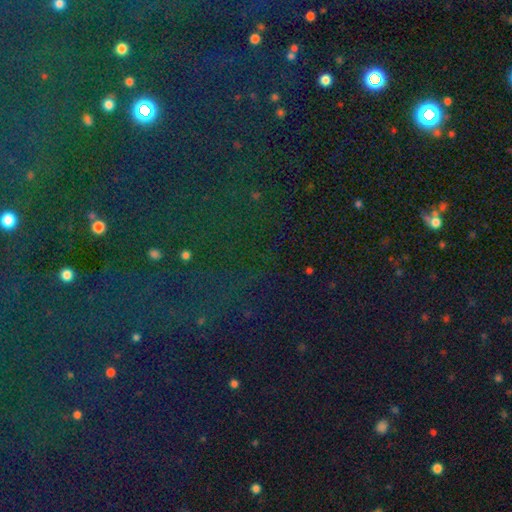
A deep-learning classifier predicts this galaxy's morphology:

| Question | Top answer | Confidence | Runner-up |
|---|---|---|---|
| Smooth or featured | star or artifact | 81% | smooth (12%) |